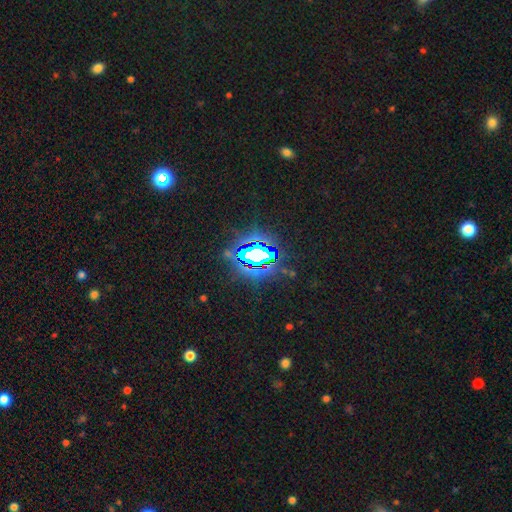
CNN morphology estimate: Smooth or featured? Predicted: star or artifact (p=0.76).